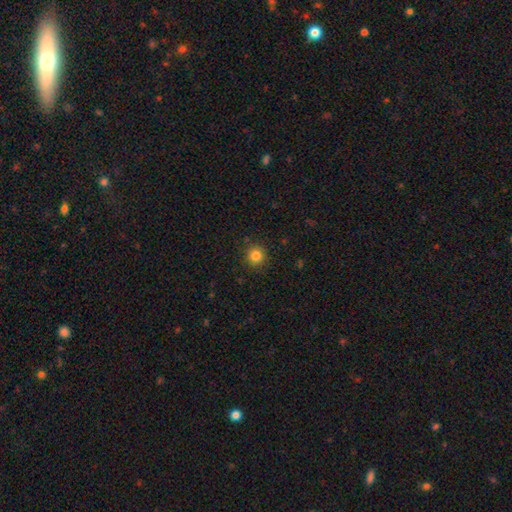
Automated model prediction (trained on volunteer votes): Overall: smooth (84%). How rounded: round (94%). Merging: none (90%).